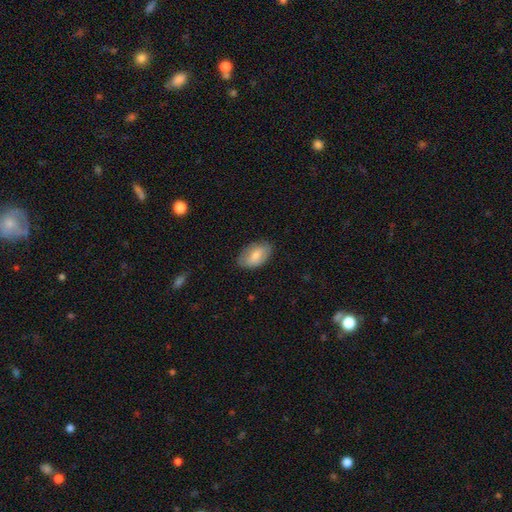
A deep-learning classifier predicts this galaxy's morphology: Smooth or featured? Predicted: smooth (p=0.71). How rounded? Predicted: in between (p=0.92). Merging? Predicted: none (p=0.77).